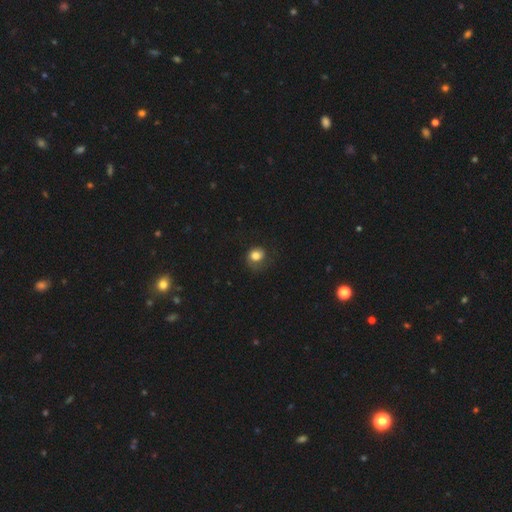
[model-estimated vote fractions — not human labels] Smooth or featured? smooth (77%)
How rounded? round (64%)
Merging? none (56%)